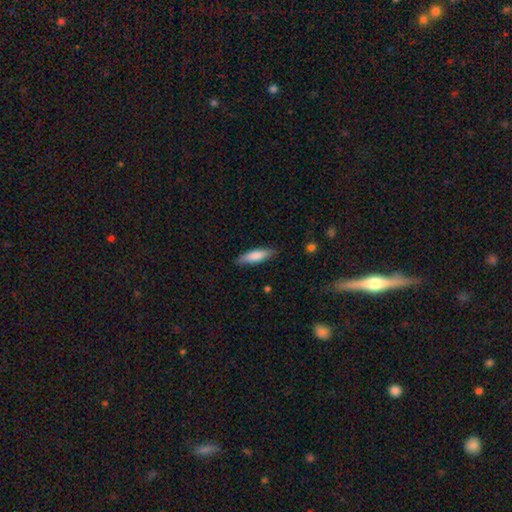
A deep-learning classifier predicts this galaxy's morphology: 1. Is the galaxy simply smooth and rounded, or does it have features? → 76% smooth, 18% featured or disk, 6% star or artifact.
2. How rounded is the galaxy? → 65% cigar-shaped, 34% in between, 2% round.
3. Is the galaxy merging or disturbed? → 85% none, 11% minor disturbance, 2% major disturbance, 1% merger.